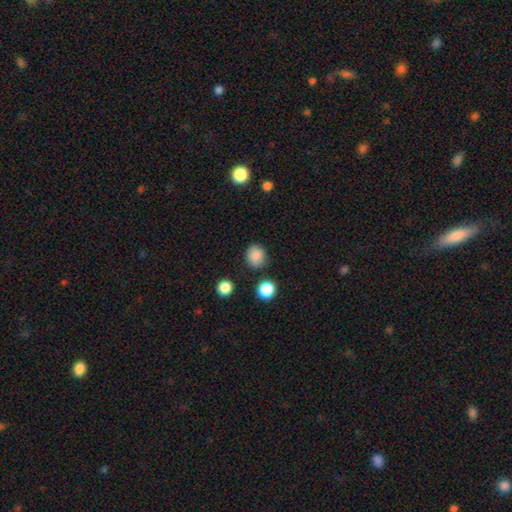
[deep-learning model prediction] smooth_or_featured: smooth (p=0.85) [alt: star or artifact p=0.10]
how_rounded: round (p=0.78) [alt: in between p=0.21]
merging: none (p=0.84) [alt: minor disturbance p=0.10]